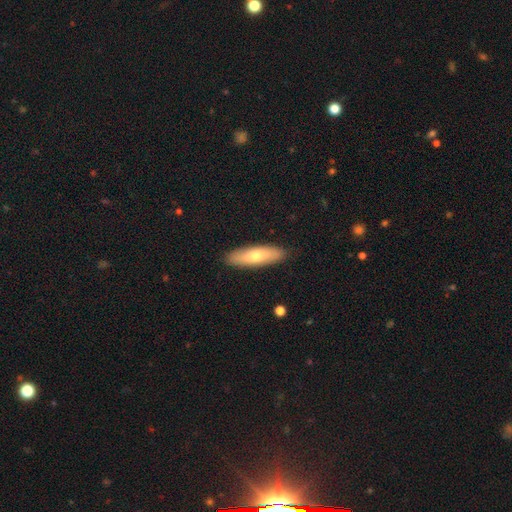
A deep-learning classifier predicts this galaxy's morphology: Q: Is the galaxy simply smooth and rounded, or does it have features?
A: smooth — 68%.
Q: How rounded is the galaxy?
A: cigar-shaped — 58%.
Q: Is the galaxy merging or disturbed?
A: none — 89%.